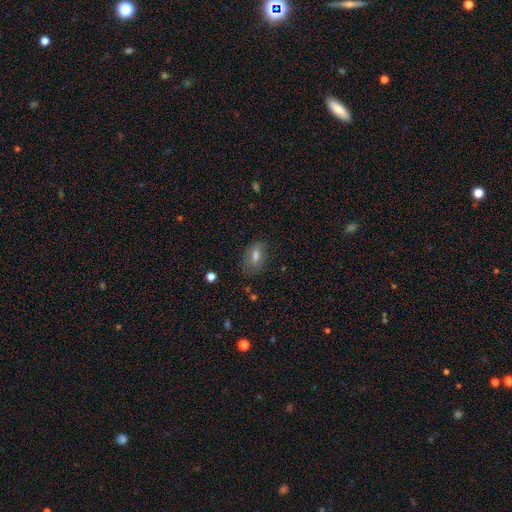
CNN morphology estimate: Q: Smooth or featured?
A: smooth (75%); runner-up: featured or disk (15%)
Q: How rounded?
A: in between (86%); runner-up: round (9%)
Q: Merging?
A: none (71%); runner-up: minor disturbance (20%)